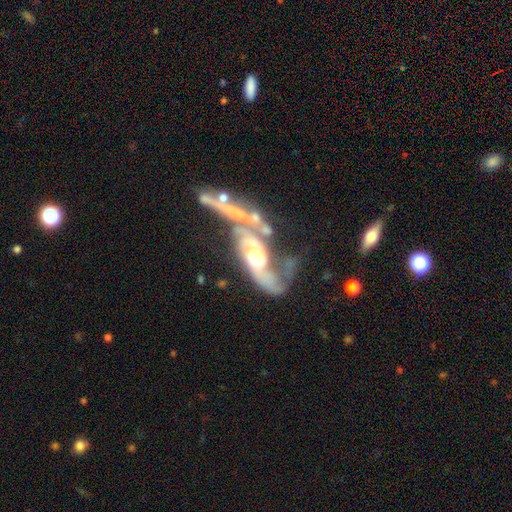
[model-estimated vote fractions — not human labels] smooth_or_featured: featured or disk (p=0.82) [alt: smooth p=0.11]
disk_edge_on: no (p=0.88) [alt: yes p=0.12]
bar: no (p=0.62) [alt: weak p=0.26]
has_spiral_arms: yes (p=0.88) [alt: no p=0.12]
spiral_winding: loose (p=0.43) [alt: medium p=0.38]
spiral_arm_count: 2 (p=0.71) [alt: can't tell p=0.14]
bulge_size: moderate (p=0.54) [alt: small p=0.19]
merging: merger (p=0.42) [alt: major disturbance p=0.24]